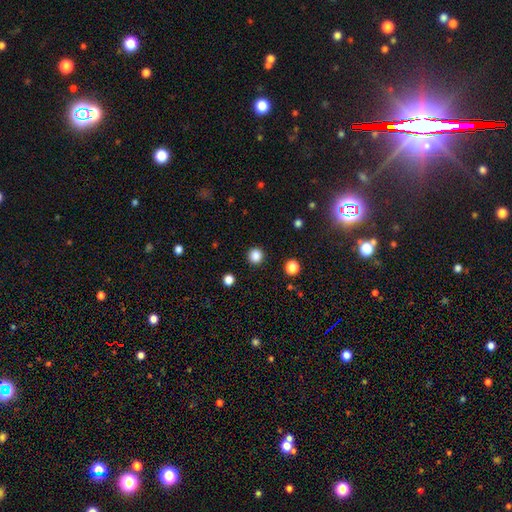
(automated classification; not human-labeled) Smooth or featured: smooth — 86% (star or artifact — 12%)
How rounded: round — 95% (in between — 4%)
Merging: none — 92% (minor disturbance — 5%)